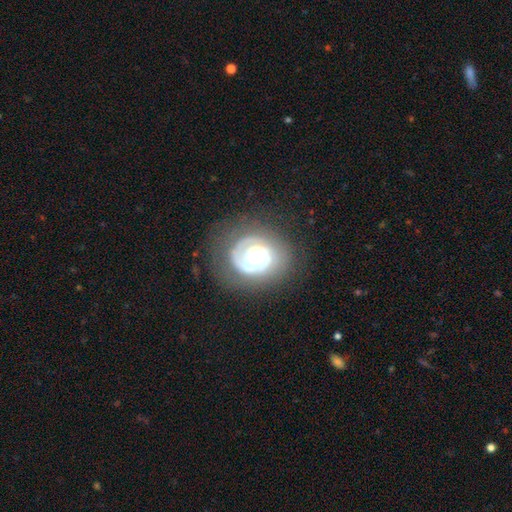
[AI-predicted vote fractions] This is likely a featured or disk galaxy (74%). It is clearly not viewed edge-on (98%). Bar: likely no (76%). Spiral arm pattern: likely yes (80%). Spiral arm count: marginally 1 (35%). Spiral winding: likely tight (61%). Central bulge: possibly moderate (58%). Merging: likely none (62%).